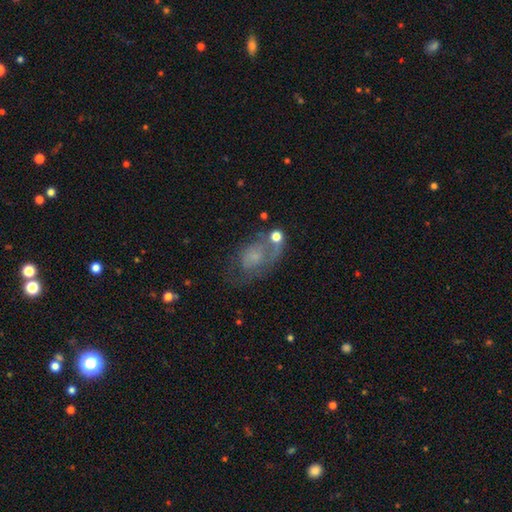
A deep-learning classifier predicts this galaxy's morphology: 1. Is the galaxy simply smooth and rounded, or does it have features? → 49% featured or disk, 35% smooth, 16% star or artifact.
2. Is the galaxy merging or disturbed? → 46% none, 22% minor disturbance, 22% major disturbance, 10% merger.